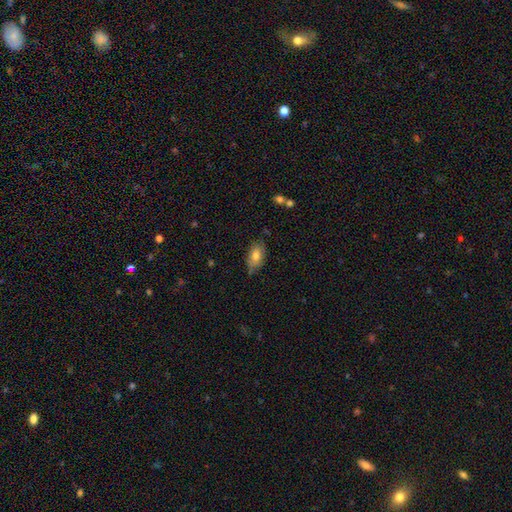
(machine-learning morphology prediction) type=smooth (77%); roundness=in between (90%); merging=none (68%).